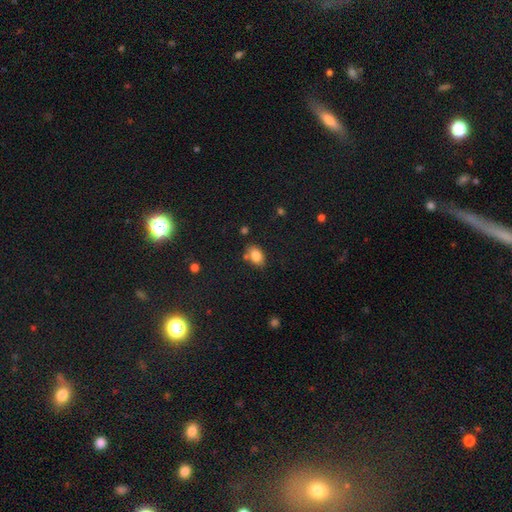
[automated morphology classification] type=smooth (82%); roundness=in between (82%); merging=none (70%).